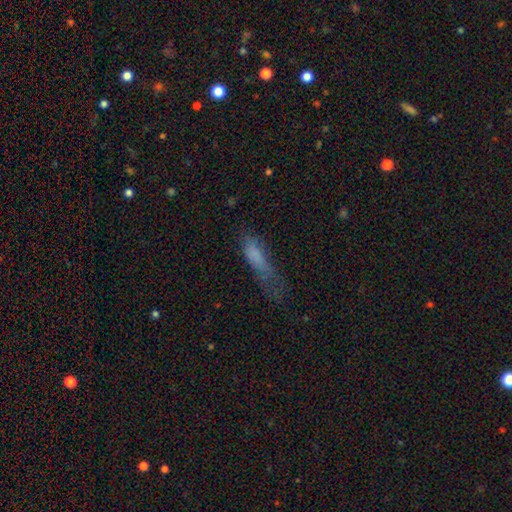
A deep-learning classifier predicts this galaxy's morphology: smooth 70%, featured or disk 19%, star or artifact 12%. Down the decision tree: how rounded — cigar-shaped (60%); merging — major disturbance (39%).